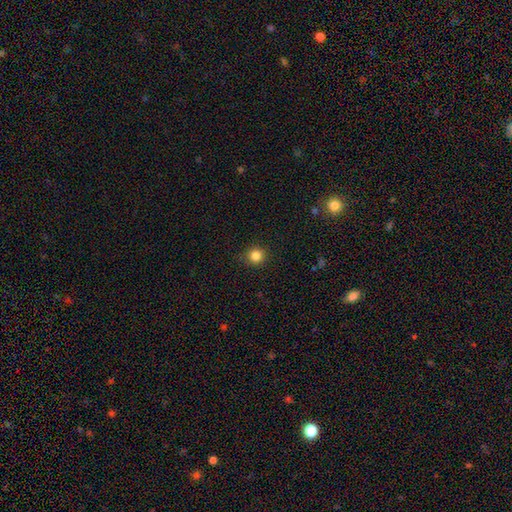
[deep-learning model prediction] Smooth or featured? Predicted: smooth (p=0.84). How rounded? Predicted: round (p=0.93). Merging? Predicted: none (p=0.91).